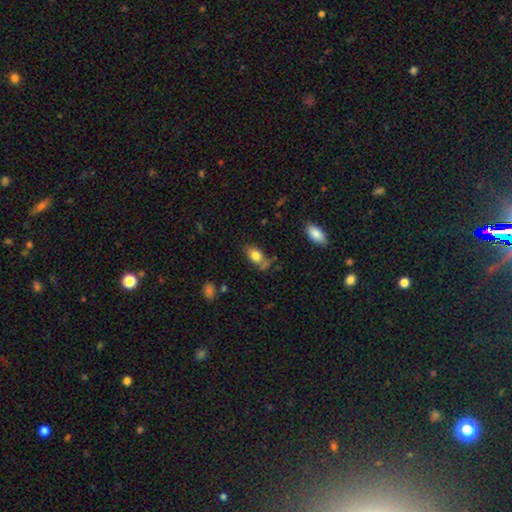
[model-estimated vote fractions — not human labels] Smooth or featured?
  - smooth: 78% *
  - featured or disk: 14%
  - star or artifact: 8%
How rounded?
  - in between: 86% *
  - round: 9%
  - cigar-shaped: 5%
Merging?
  - none: 57% *
  - minor disturbance: 26%
  - major disturbance: 9%
  - merger: 8%